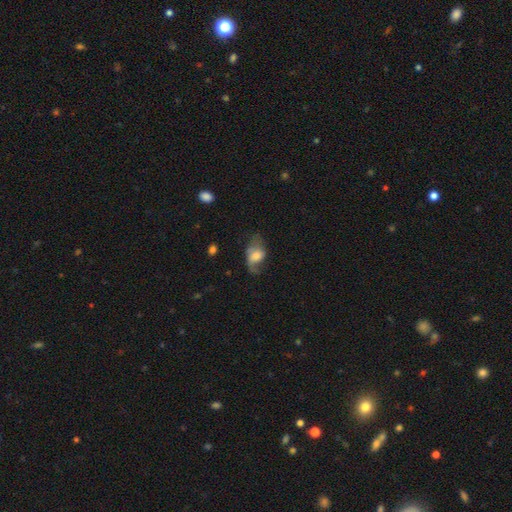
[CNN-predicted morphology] smooth-or-featured: smooth: 51% | featured or disk: 41% | star or artifact: 8%
  how-rounded: in between: 84% | round: 13% | cigar-shaped: 2%
  merging: none: 37% | major disturbance: 32% | minor disturbance: 28% | merger: 3%